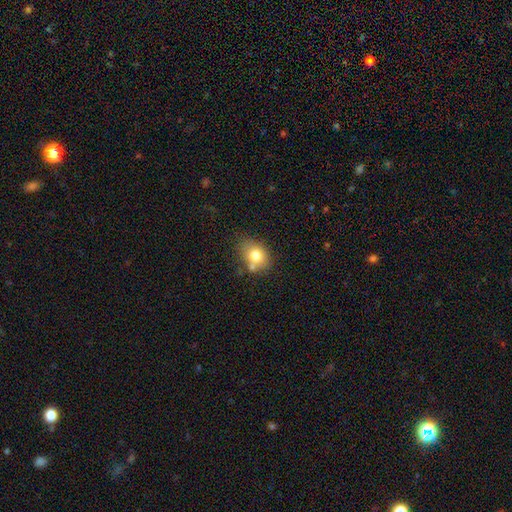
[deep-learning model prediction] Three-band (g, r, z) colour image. It shows a smooth galaxy with no disk features (76%) that is in between round and cigar-shaped (57%). Merging: none (59%).